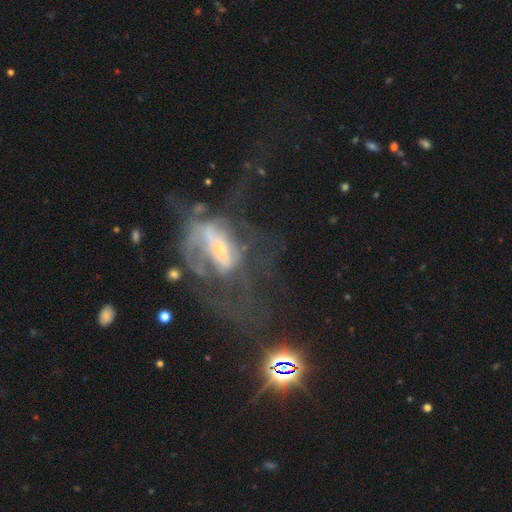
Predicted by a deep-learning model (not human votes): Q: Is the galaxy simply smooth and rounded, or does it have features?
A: featured or disk — 68%.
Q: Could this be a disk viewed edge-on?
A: no — 91%.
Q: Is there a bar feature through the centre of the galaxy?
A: no — 39%.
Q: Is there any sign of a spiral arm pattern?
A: no — 51%.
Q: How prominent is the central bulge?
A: small — 51%.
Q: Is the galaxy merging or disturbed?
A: major disturbance — 54%.